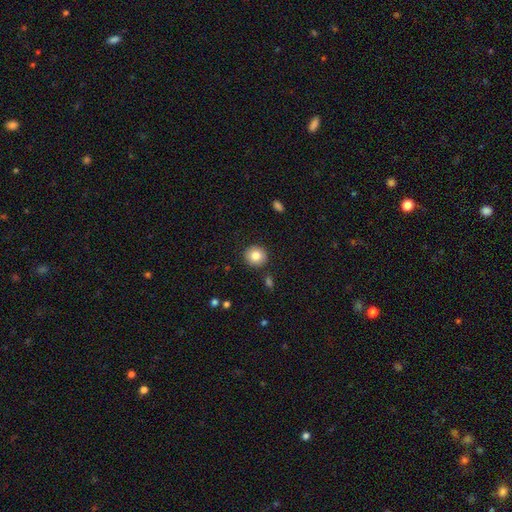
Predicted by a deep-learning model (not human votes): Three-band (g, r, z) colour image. It shows a smooth galaxy with no disk features (83%) that is round (91%). Merging: none (90%).